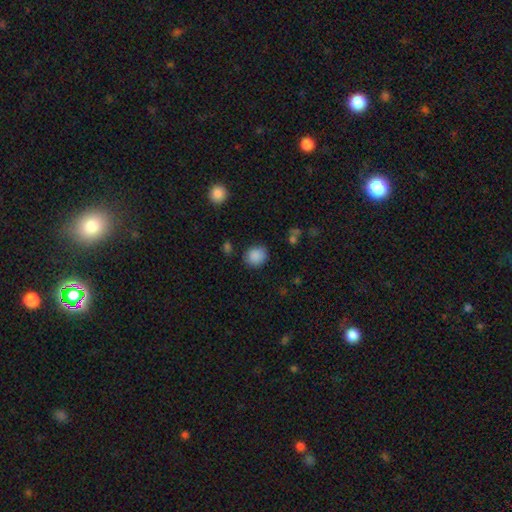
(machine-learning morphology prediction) Q: Smooth or featured?
A: smooth (87%); runner-up: star or artifact (9%)
Q: How rounded?
A: round (70%); runner-up: in between (29%)
Q: Merging?
A: none (80%); runner-up: minor disturbance (14%)